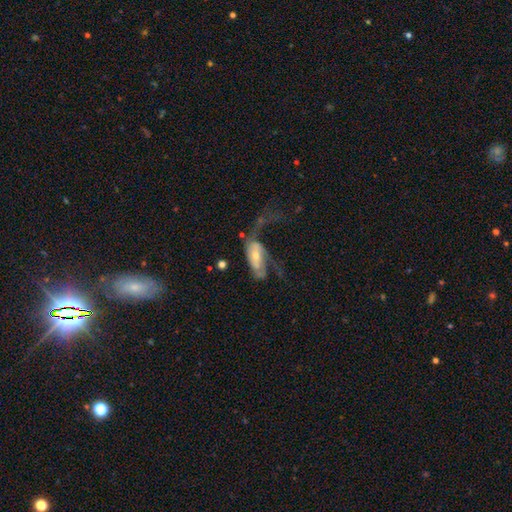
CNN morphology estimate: A featured or disk galaxy (57%).

Vote fractions:
- Smooth or featured? featured or disk: 57% / smooth: 37% / star or artifact: 7%
- Edge-on disk? no: 88% / yes: 12%
- Merging? major disturbance: 59% / none: 19% / minor disturbance: 15% / merger: 7%